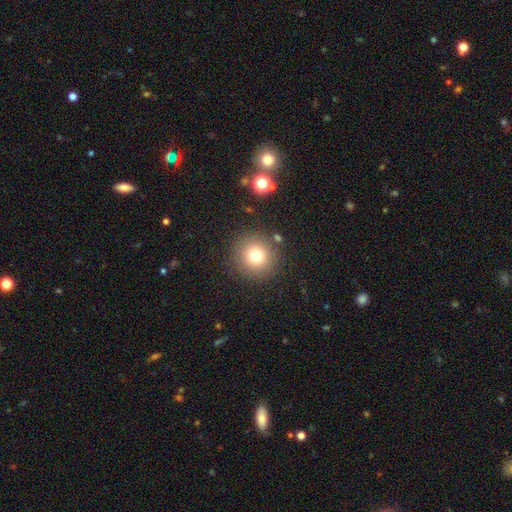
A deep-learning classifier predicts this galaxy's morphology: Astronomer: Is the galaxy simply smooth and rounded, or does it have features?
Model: smooth — 75%.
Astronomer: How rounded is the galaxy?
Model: round — 95%.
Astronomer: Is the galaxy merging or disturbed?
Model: none — 86%.